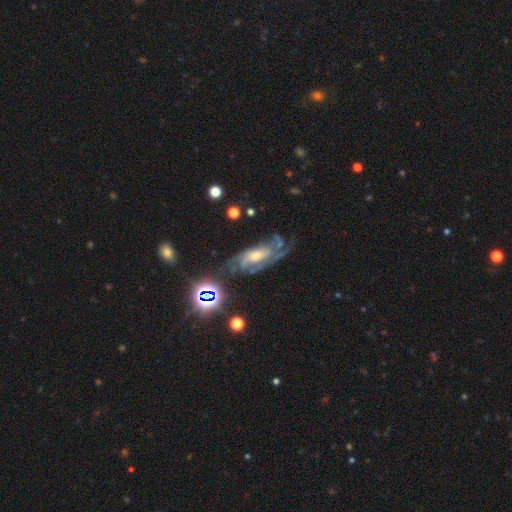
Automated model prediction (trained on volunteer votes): Smooth or featured: featured or disk — 79% (star or artifact — 11%)
Edge-on disk: no — 90% (yes — 10%)
Bar: no — 54% (weak — 35%)
Spiral arms: yes — 94% (no — 6%)
Spiral winding: tight — 47% (medium — 41%)
Spiral arm count: can't tell — 34% (2 — 27%)
Bulge size: moderate — 52% (small — 35%)
Merging: none — 58% (minor disturbance — 22%)